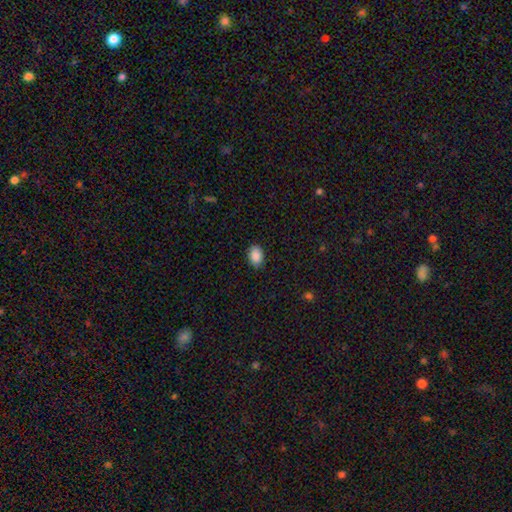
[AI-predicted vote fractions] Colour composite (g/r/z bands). It shows a smooth galaxy with no disk features (89%) that is in between round and cigar-shaped (83%). Merging: none (87%).